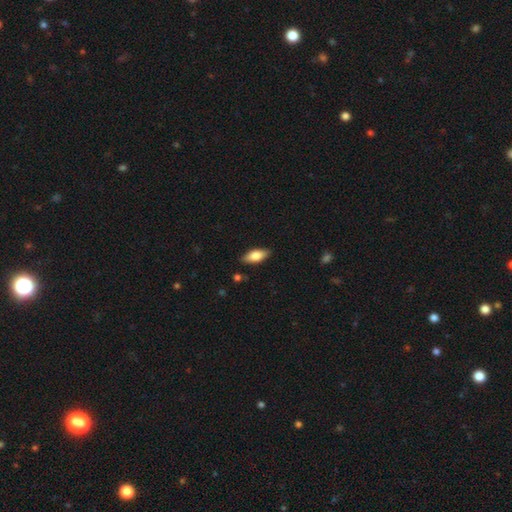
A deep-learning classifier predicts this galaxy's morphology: The model was most divided on "smooth or featured": smooth: 72%, featured or disk: 22%, star or artifact: 6%. More confident: merging — none (86%); how rounded — in between (80%).